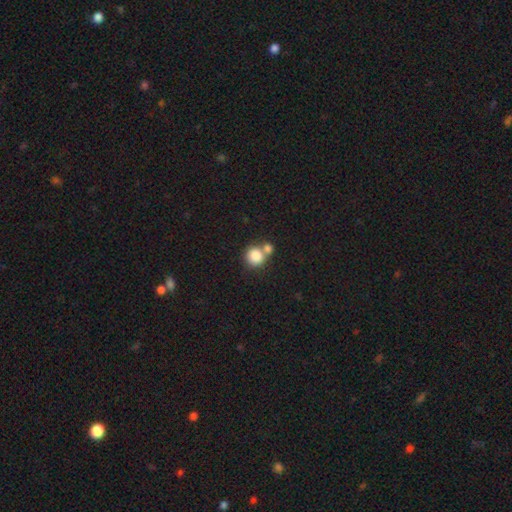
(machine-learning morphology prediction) Smooth or featured? smooth (84%)
How rounded? round (88%)
Merging? none (47%)